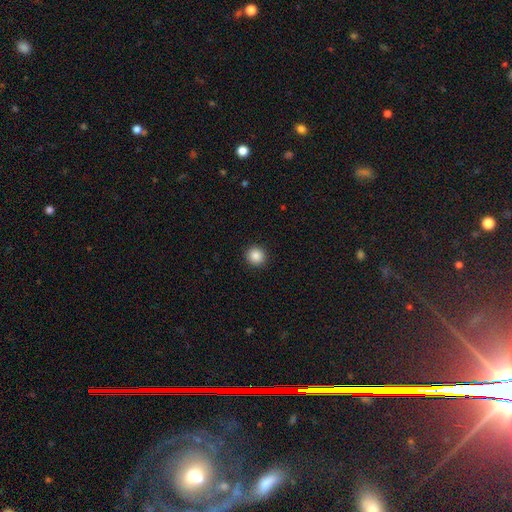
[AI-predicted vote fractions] Smooth or featured?
  - smooth: 87% *
  - star or artifact: 10%
  - featured or disk: 3%
How rounded?
  - round: 93% *
  - in between: 6%
  - cigar-shaped: 1%
Merging?
  - none: 93% *
  - minor disturbance: 5%
  - major disturbance: 2%
  - merger: 1%